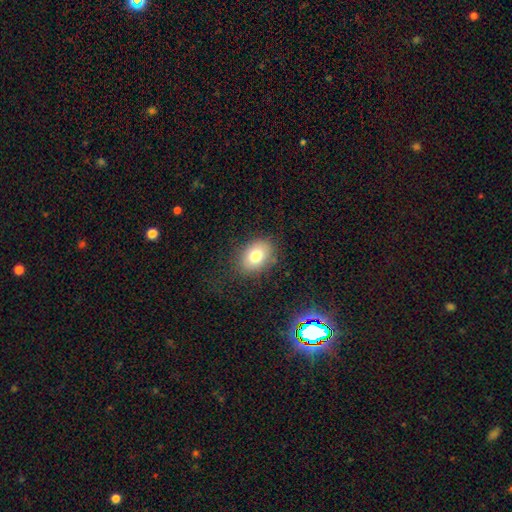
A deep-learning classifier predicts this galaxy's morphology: smooth 77%, featured or disk 12%, star or artifact 11%. Down the decision tree: how rounded — in between (69%); merging — none (81%).